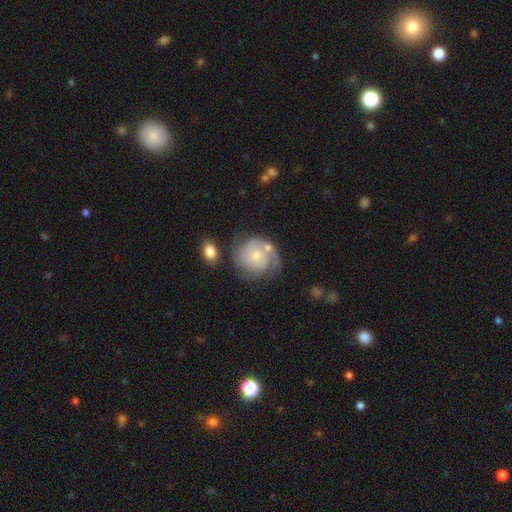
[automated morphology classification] Smooth or featured?
  - featured or disk: 75% *
  - smooth: 19%
  - star or artifact: 6%
Edge-on disk?
  - no: 98% *
  - yes: 2%
Bar?
  - no: 74% *
  - weak: 22%
  - strong: 3%
Spiral arms?
  - yes: 92% *
  - no: 8%
Spiral winding?
  - tight: 58% *
  - medium: 31%
  - loose: 11%
Spiral arm count?
  - 2: 45% *
  - can't tell: 23%
  - 3: 13%
  - 1: 11%
  - 4: 4%
  - more than 4: 3%
Bulge size?
  - small: 51% *
  - moderate: 42%
  - large: 3%
  - none: 3%
  - dominant: 1%
Merging?
  - none: 58% *
  - minor disturbance: 20%
  - major disturbance: 11%
  - merger: 11%